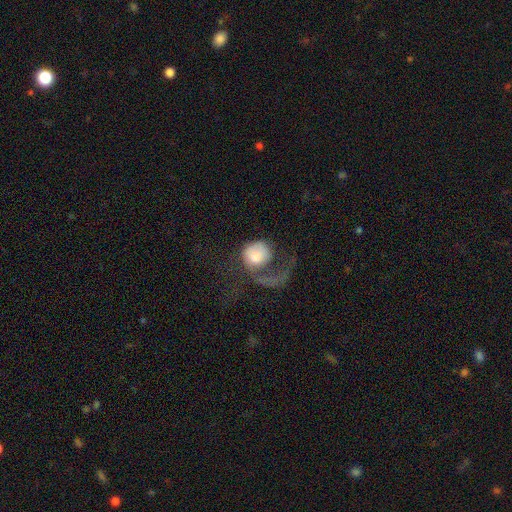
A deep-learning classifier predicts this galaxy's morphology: Smooth or featured? Predicted: smooth (p=0.51). How rounded? Predicted: round (p=0.79). Merging? Predicted: major disturbance (p=0.66).